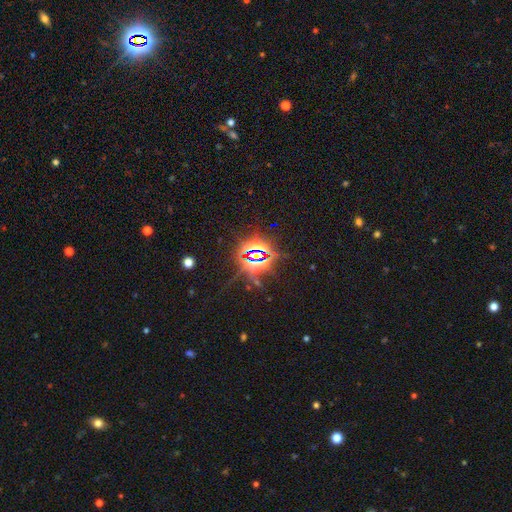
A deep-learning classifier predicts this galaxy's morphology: smooth_or_featured: star or artifact (p=0.82) [alt: smooth p=0.09]